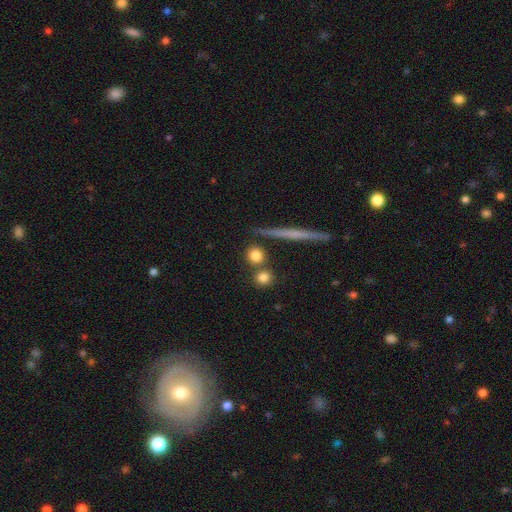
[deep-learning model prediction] Morphology: type=smooth (80%); roundness=round (84%); merging=none (75%).